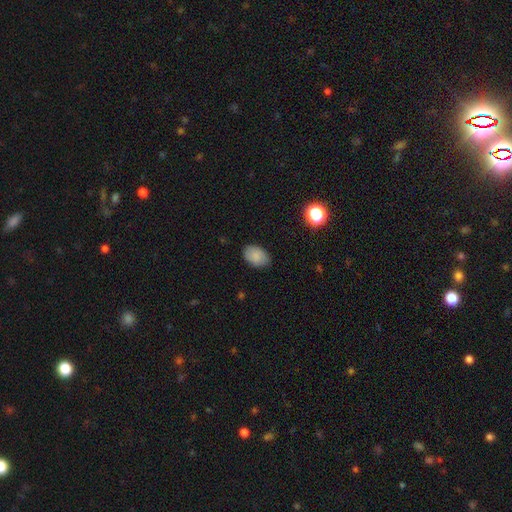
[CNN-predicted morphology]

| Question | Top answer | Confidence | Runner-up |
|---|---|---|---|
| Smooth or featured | smooth | 86% | star or artifact (8%) |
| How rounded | in between | 84% | round (15%) |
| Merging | none | 80% | minor disturbance (16%) |